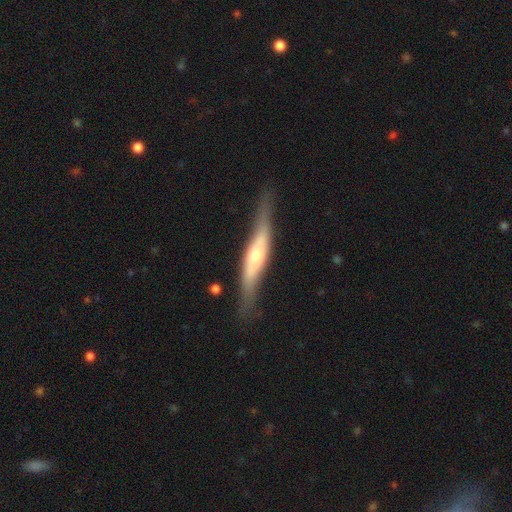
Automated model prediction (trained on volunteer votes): featured or disk 64%, smooth 31%, star or artifact 5%. Down the decision tree: edge-on disk — yes (83%); edge-on bulge — rounded (78%); merging — none (75%).